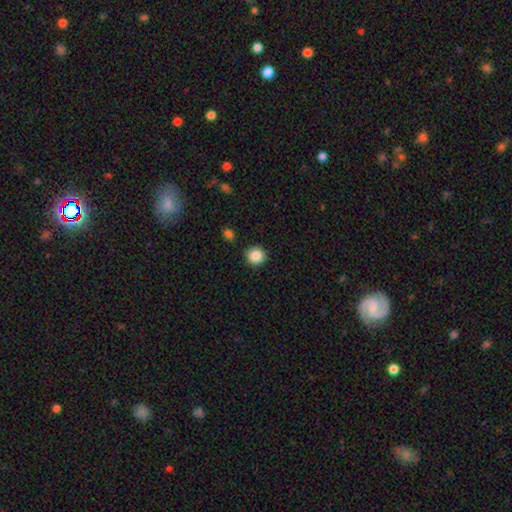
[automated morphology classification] smooth 87%, star or artifact 9%, featured or disk 4%. Down the decision tree: how rounded — round (92%); merging — none (90%).